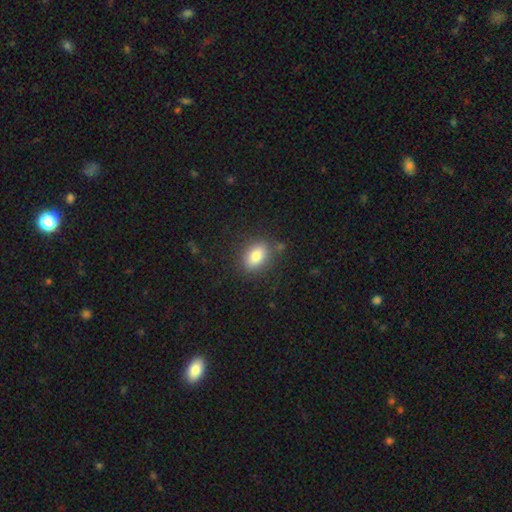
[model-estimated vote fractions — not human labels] Smooth or featured? smooth (81%)
How rounded? in between (77%)
Merging? none (83%)